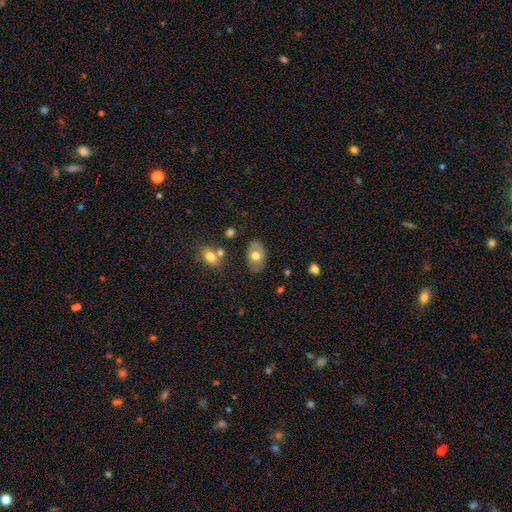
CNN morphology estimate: Smooth or featured?
  - smooth: 62% *
  - featured or disk: 31%
  - star or artifact: 7%
How rounded?
  - in between: 85% *
  - round: 14%
  - cigar-shaped: 1%
Merging?
  - none: 78% *
  - minor disturbance: 15%
  - major disturbance: 4%
  - merger: 3%